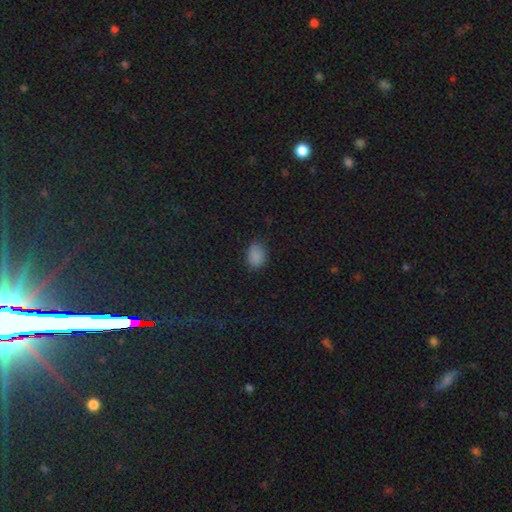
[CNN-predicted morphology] Smooth or featured? Predicted: smooth (p=0.84). How rounded? Predicted: in between (p=0.70). Merging? Predicted: none (p=0.78).